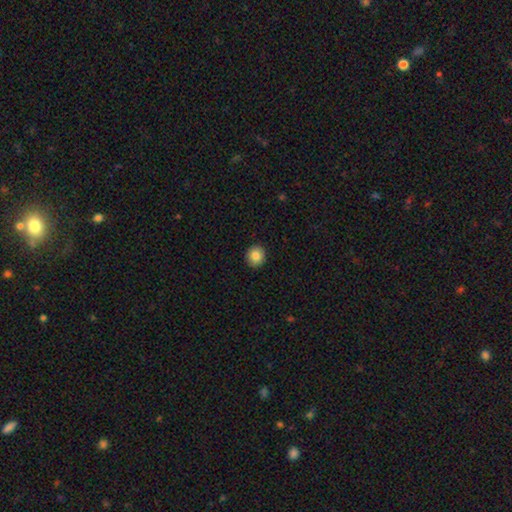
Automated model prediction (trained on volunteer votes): Smooth or featured: smooth — 85% (star or artifact — 9%)
How rounded: round — 83% (in between — 16%)
Merging: none — 91% (minor disturbance — 6%)